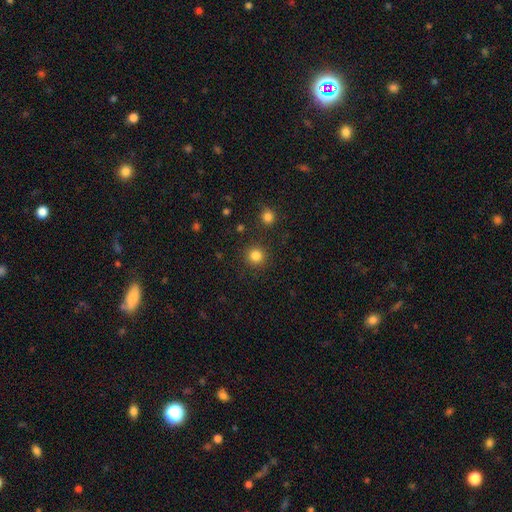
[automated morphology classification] Smooth or featured?
  - smooth: 84% *
  - star or artifact: 12%
  - featured or disk: 4%
How rounded?
  - round: 94% *
  - in between: 6%
  - cigar-shaped: 1%
Merging?
  - none: 89% *
  - minor disturbance: 6%
  - merger: 3%
  - major disturbance: 3%